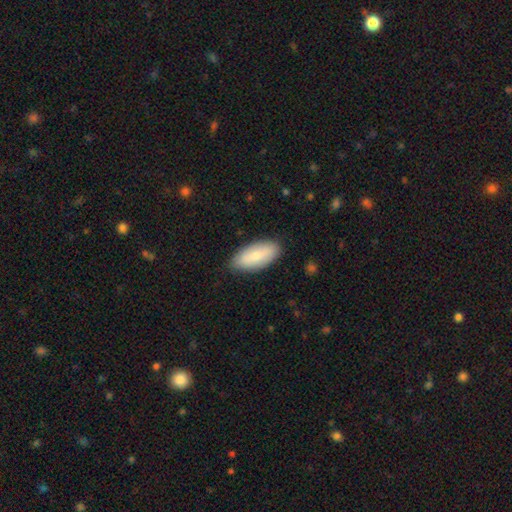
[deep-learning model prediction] Smooth or featured?
  - smooth: 77% *
  - featured or disk: 18%
  - star or artifact: 5%
How rounded?
  - in between: 88% *
  - cigar-shaped: 10%
  - round: 2%
Merging?
  - none: 85% *
  - minor disturbance: 11%
  - major disturbance: 2%
  - merger: 1%